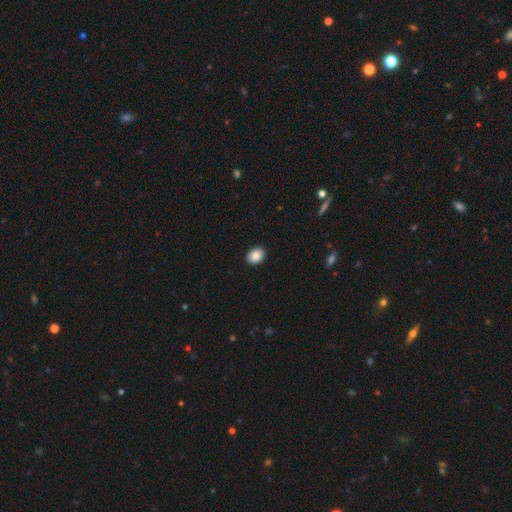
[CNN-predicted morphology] Overall: smooth (88%). How rounded: in between (59%; round 40%). Merging: none (91%).